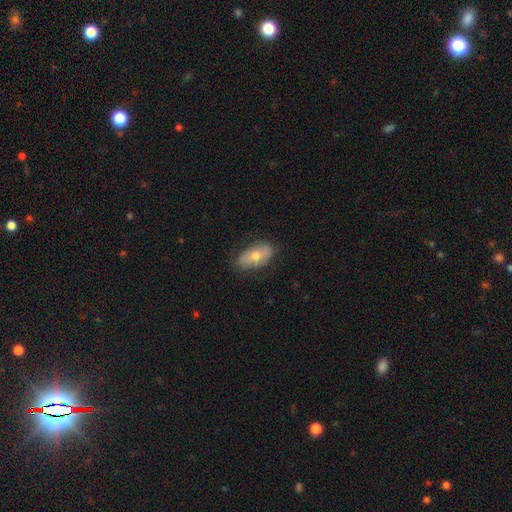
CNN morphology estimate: Q: Smooth or featured?
A: smooth (61%); runner-up: featured or disk (32%)
Q: How rounded?
A: in between (91%); runner-up: round (6%)
Q: Merging?
A: none (78%); runner-up: minor disturbance (17%)